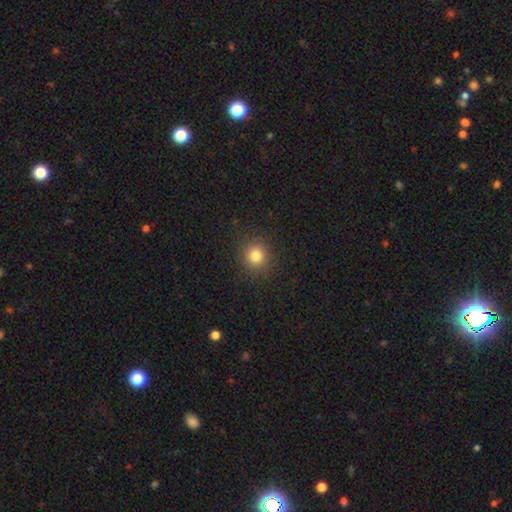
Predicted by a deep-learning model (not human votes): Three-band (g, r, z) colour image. It shows a smooth galaxy with no disk features (81%) that is round (90%). Merging: none (90%).